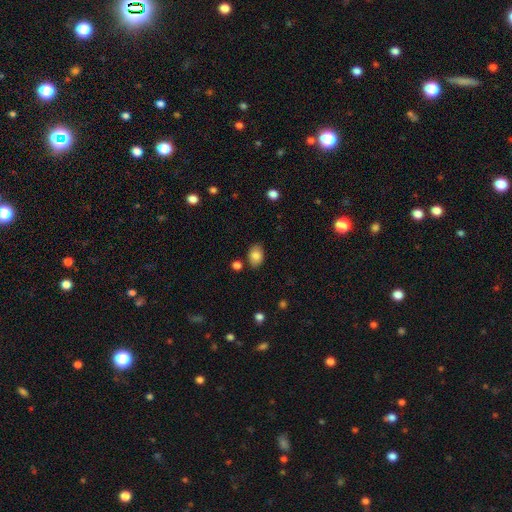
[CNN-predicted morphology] Smooth or featured?
  - smooth: 84% *
  - star or artifact: 8%
  - featured or disk: 8%
How rounded?
  - in between: 81% *
  - round: 18%
  - cigar-shaped: 1%
Merging?
  - none: 81% *
  - minor disturbance: 13%
  - merger: 4%
  - major disturbance: 3%